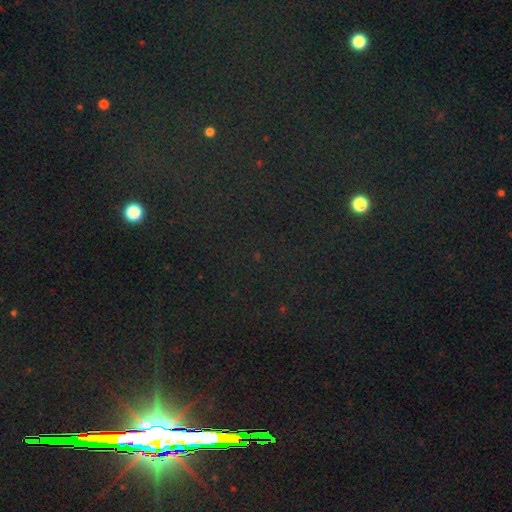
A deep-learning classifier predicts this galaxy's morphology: Smooth or featured? star or artifact (80%)